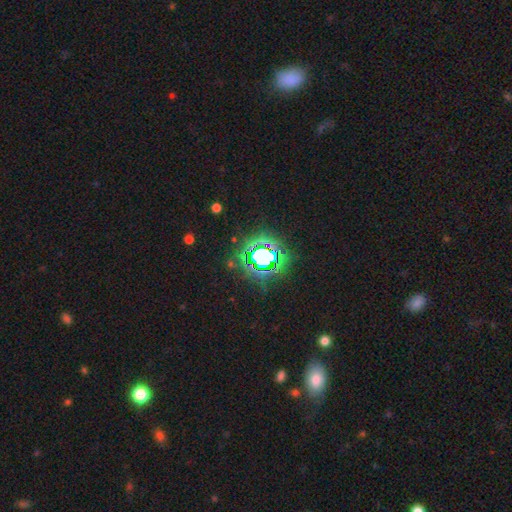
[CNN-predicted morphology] Smooth or featured: star or artifact — 79% (smooth — 13%)